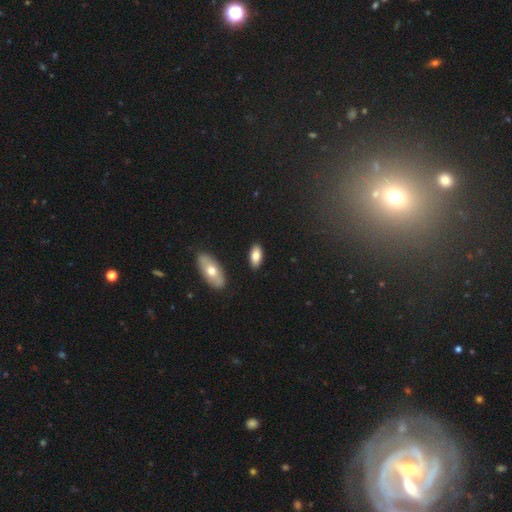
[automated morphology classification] Q: Smooth or featured?
A: smooth (80%); runner-up: featured or disk (14%)
Q: How rounded?
A: in between (89%); runner-up: cigar-shaped (8%)
Q: Merging?
A: none (87%); runner-up: minor disturbance (9%)